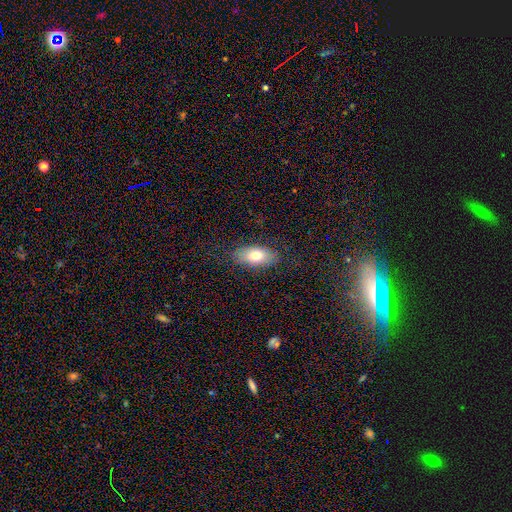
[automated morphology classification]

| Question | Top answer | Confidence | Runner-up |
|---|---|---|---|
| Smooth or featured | smooth | 74% | featured or disk (18%) |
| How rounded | in between | 90% | cigar-shaped (5%) |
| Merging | none | 80% | minor disturbance (14%) |